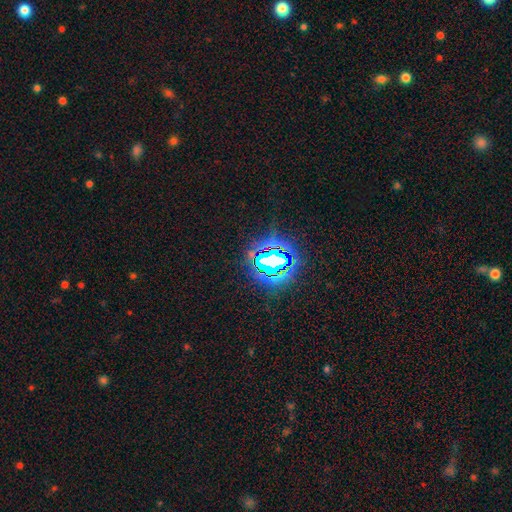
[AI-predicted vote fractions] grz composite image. It shows a star or artifact, not a galaxy (84%).